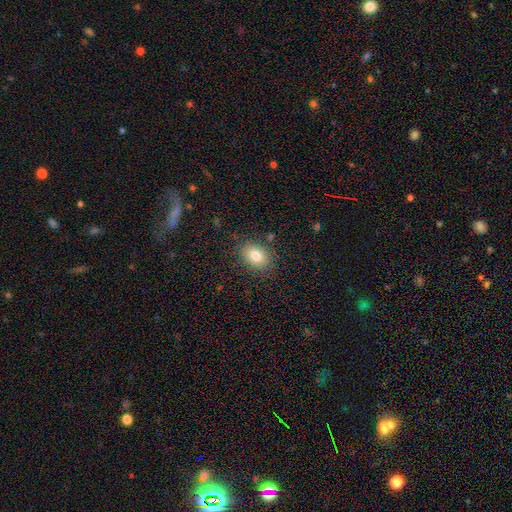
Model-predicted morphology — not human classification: A smooth galaxy with no disk features (80%) that is in between round and cigar-shaped (69%).

Vote fractions:
- Smooth or featured? smooth: 80% / featured or disk: 11% / star or artifact: 9%
- How rounded? in between: 69% / round: 30% / cigar-shaped: 1%
- Merging? none: 84% / minor disturbance: 11% / major disturbance: 3% / merger: 2%